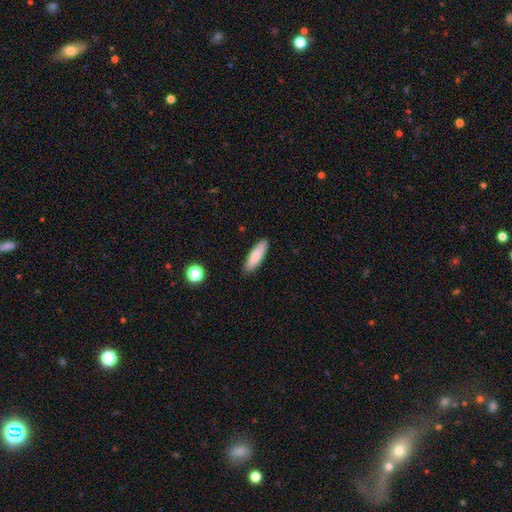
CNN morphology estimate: This is clearly a smooth galaxy (86%). How rounded: possibly cigar-shaped (55%). Merging: clearly none (88%).